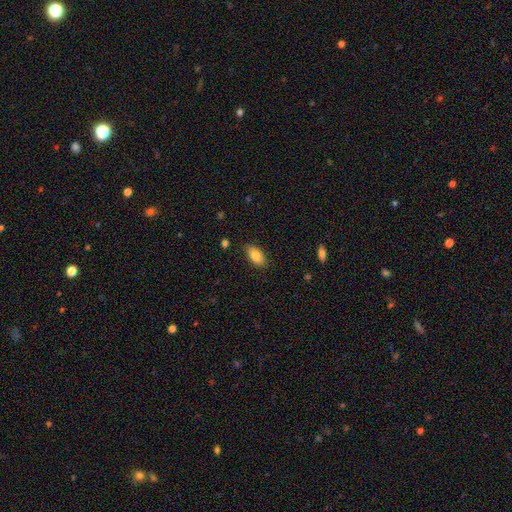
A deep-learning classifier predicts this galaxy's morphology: smooth_or_featured: smooth (p=0.81) [alt: featured or disk p=0.11]
how_rounded: in between (p=0.90) [alt: cigar-shaped p=0.06]
merging: none (p=0.82) [alt: minor disturbance p=0.14]